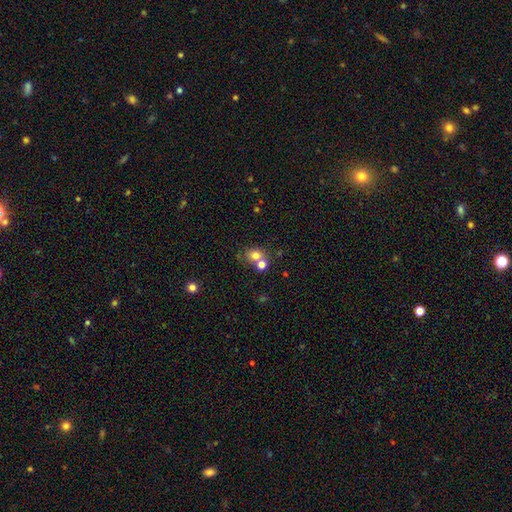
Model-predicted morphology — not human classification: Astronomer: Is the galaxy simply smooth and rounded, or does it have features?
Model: smooth — 74%.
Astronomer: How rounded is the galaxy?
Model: round — 66%.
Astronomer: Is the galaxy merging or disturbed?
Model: none — 47% (runner-up: merger, 40%).